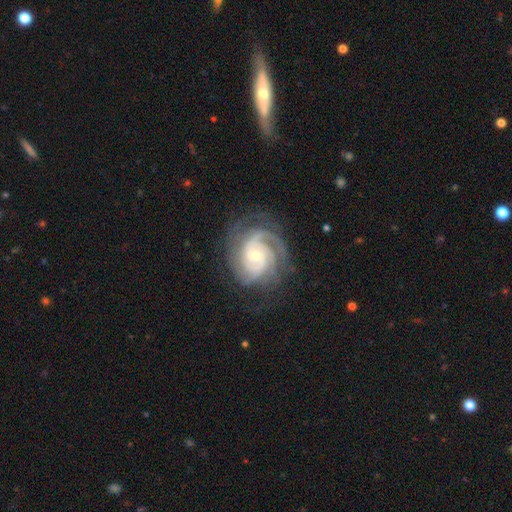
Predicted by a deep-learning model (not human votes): Q: Smooth or featured?
A: featured or disk (91%); runner-up: star or artifact (5%)
Q: Edge-on disk?
A: no (98%); runner-up: yes (2%)
Q: Bar?
A: no (58%); runner-up: weak (34%)
Q: Spiral arms?
A: yes (98%); runner-up: no (2%)
Q: Spiral winding?
A: tight (69%); runner-up: medium (27%)
Q: Spiral arm count?
A: 3 (32%); runner-up: 2 (27%)
Q: Bulge size?
A: small (64%); runner-up: moderate (31%)
Q: Merging?
A: none (75%); runner-up: minor disturbance (16%)